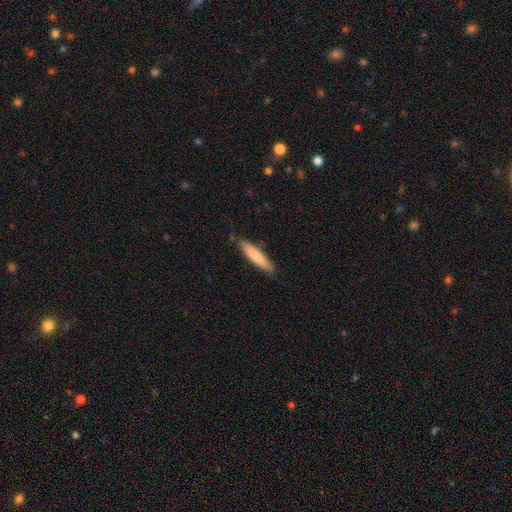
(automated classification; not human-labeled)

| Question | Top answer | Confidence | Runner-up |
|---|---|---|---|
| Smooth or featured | smooth | 80% | featured or disk (15%) |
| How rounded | cigar-shaped | 82% | in between (17%) |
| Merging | none | 81% | minor disturbance (15%) |